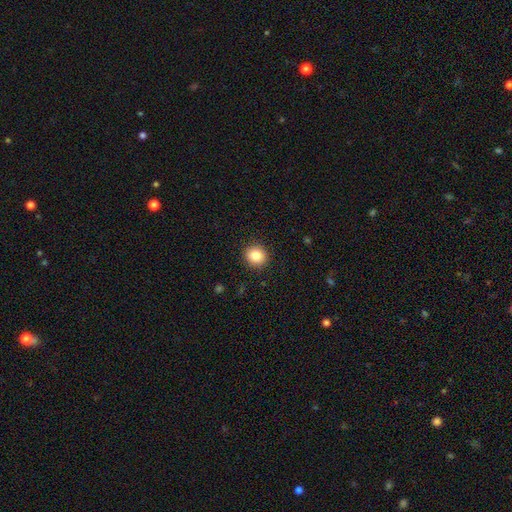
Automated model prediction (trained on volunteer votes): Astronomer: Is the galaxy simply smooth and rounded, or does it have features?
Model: smooth — 85%.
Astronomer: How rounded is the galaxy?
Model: round — 84%.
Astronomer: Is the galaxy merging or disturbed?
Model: none — 91%.